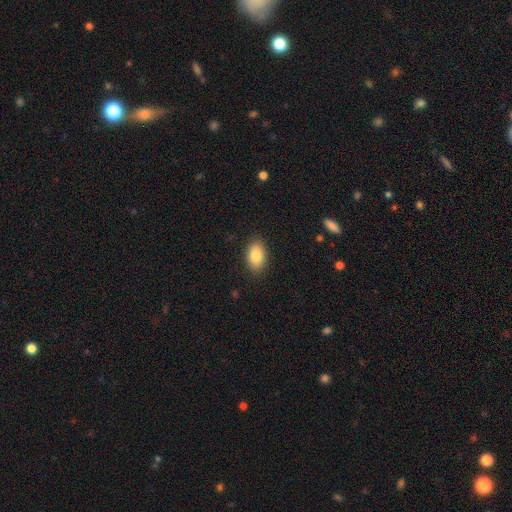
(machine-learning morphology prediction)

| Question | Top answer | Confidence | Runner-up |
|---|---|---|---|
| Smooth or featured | smooth | 85% | featured or disk (8%) |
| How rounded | in between | 91% | round (8%) |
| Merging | none | 88% | minor disturbance (9%) |